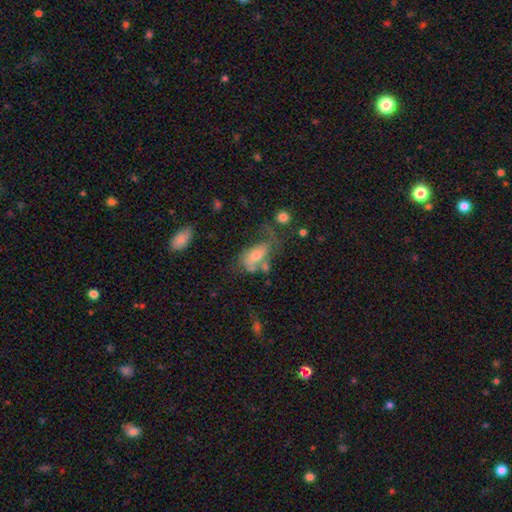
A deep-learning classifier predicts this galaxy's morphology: A featured or disk galaxy (45%, tied with smooth).

Vote fractions:
- Smooth or featured? featured or disk: 45% (tied) / smooth: 45% (tied) / star or artifact: 11%
- Merging? major disturbance: 32% / none: 28% / minor disturbance: 21% / merger: 18%